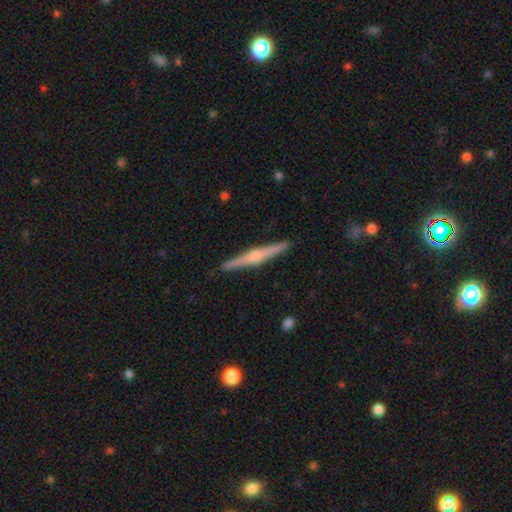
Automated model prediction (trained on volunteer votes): The model was most divided on "smooth or featured": featured or disk: 73%, smooth: 21%, star or artifact: 5%. More confident: edge-on disk — yes (98%); merging — none (92%); edge-on bulge — rounded (82%).